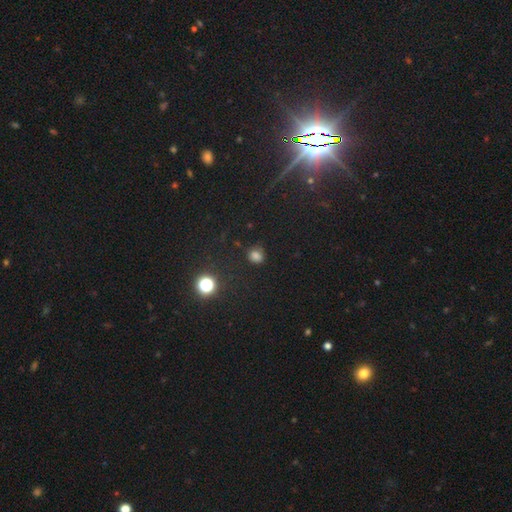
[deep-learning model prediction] Smooth or featured?
  - smooth: 74% *
  - star or artifact: 20%
  - featured or disk: 5%
How rounded?
  - round: 78% *
  - in between: 21%
  - cigar-shaped: 1%
Merging?
  - none: 73% *
  - minor disturbance: 17%
  - major disturbance: 6%
  - merger: 3%